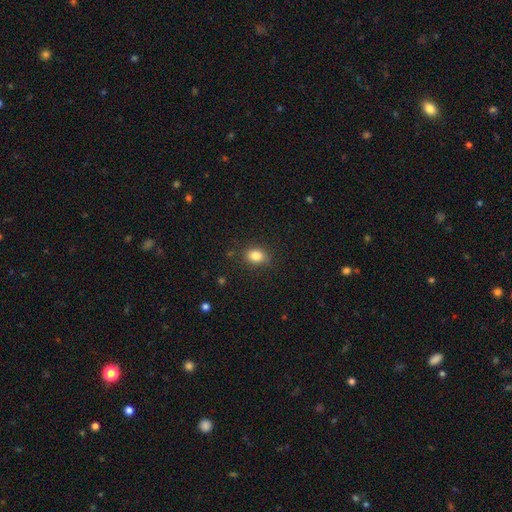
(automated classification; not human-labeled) Morphology: type=smooth (84%); roundness=in between (62%); merging=none (84%).